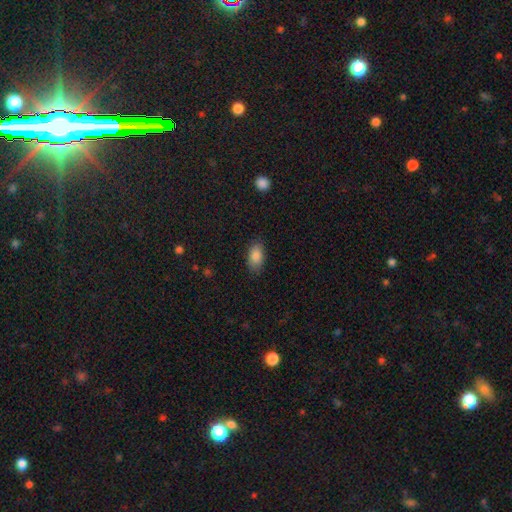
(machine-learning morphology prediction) Smooth or featured? smooth (87%)
How rounded? in between (92%)
Merging? none (83%)